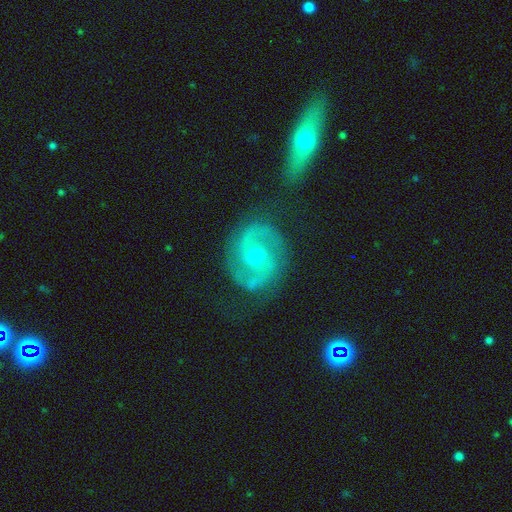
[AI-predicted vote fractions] A featured or disk galaxy (84%) with no bar (53%), 2 (89%) medium (51%) spiral arms (92%) and a moderate central bulge (68%). Merging: none (76%).